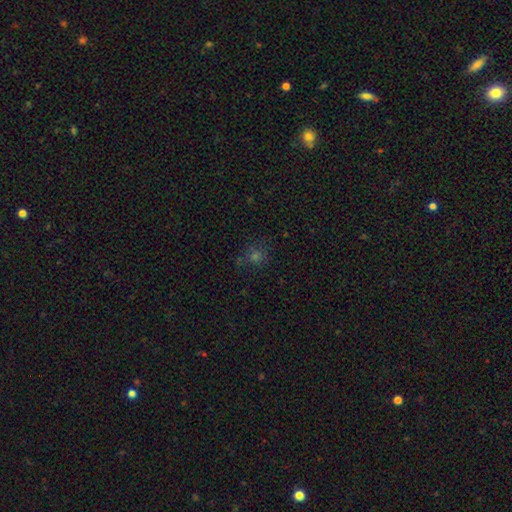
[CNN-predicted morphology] This is possibly a smooth galaxy (57%). How rounded: clearly round (84%). Merging: likely none (71%).